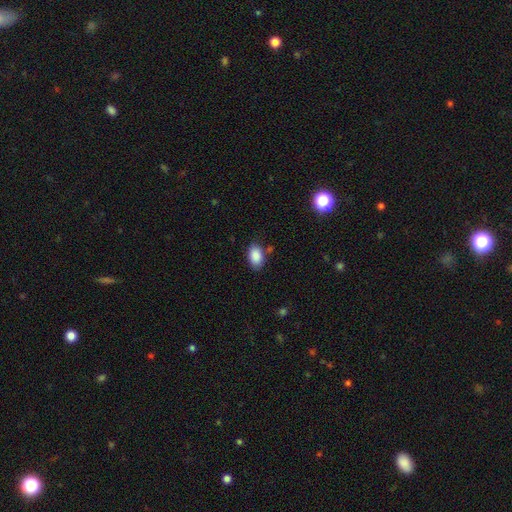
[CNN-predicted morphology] Smooth or featured? smooth (88%)
How rounded? in between (90%)
Merging? none (79%)